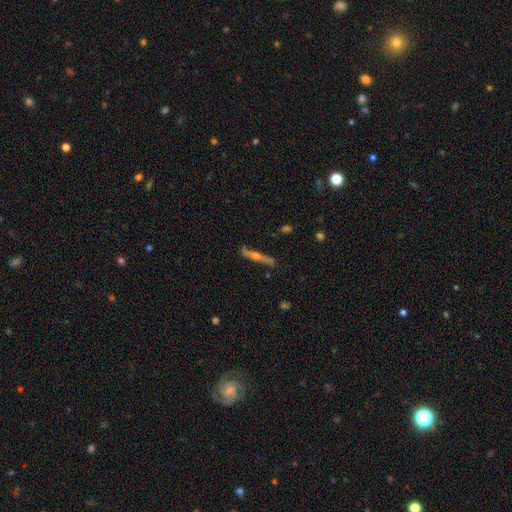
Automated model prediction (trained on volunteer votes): This appears to be a featured or disk galaxy (71%) viewed edge-on (95%) with a rounded central bulge (86%). Merging: none (83%).